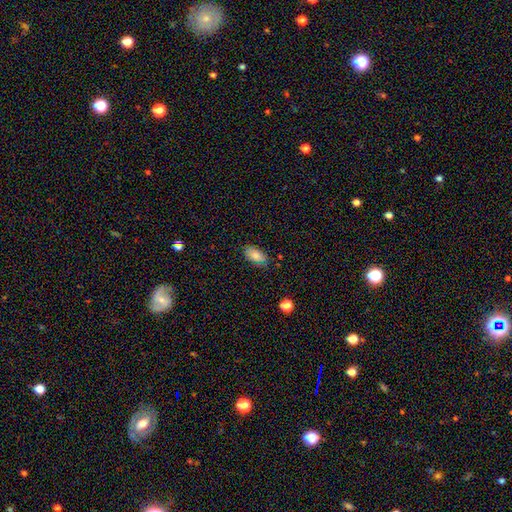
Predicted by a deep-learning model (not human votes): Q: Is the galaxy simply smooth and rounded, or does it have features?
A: smooth — 80%.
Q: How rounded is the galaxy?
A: in between — 92%.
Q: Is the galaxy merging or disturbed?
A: none — 80%.